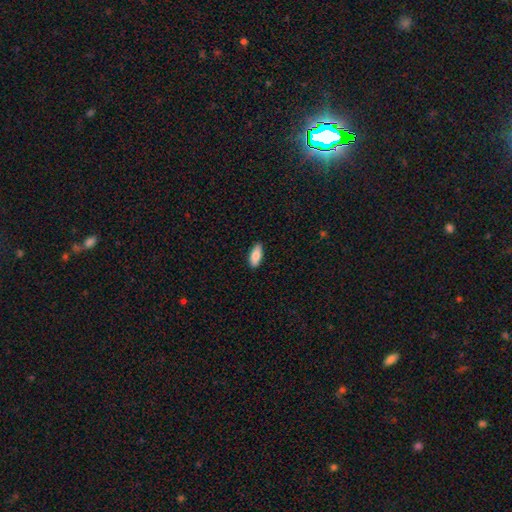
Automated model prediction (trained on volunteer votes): smooth_or_featured: smooth (p=0.86) [alt: featured or disk p=0.08]
how_rounded: in between (p=0.82) [alt: cigar-shaped p=0.16]
merging: none (p=0.88) [alt: minor disturbance p=0.09]